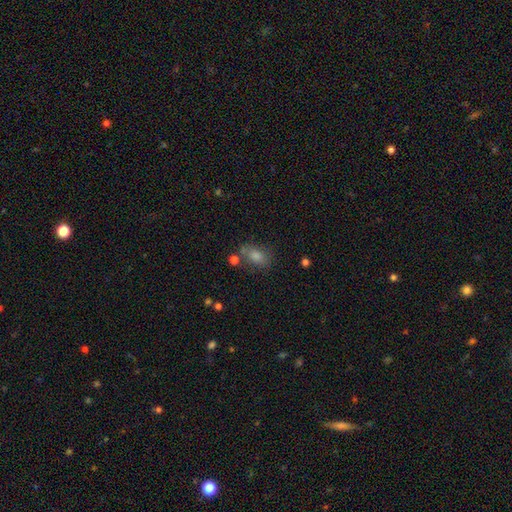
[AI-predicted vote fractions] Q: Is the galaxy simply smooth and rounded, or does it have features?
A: smooth — 65%.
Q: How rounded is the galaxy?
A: in between — 75%.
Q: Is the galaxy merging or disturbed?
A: none — 65%.